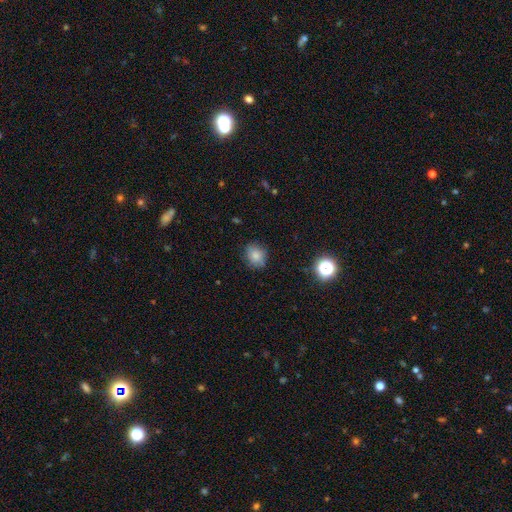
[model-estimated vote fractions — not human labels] Smooth or featured? Predicted: smooth (p=0.78). How rounded? Predicted: round (p=0.74). Merging? Predicted: none (p=0.79).